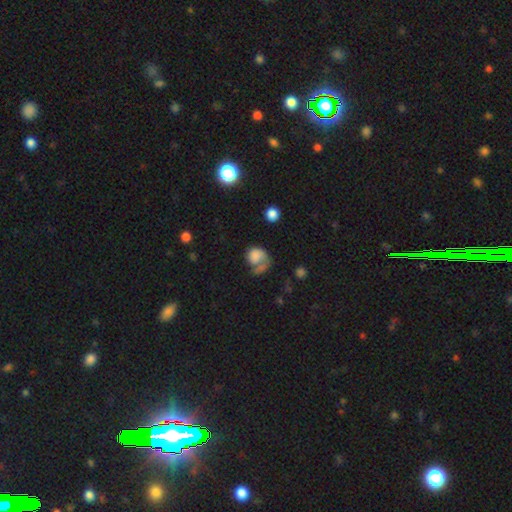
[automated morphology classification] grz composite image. It shows a smooth galaxy with no disk features (61%) that is round (62%). Merging: major disturbance (42%).